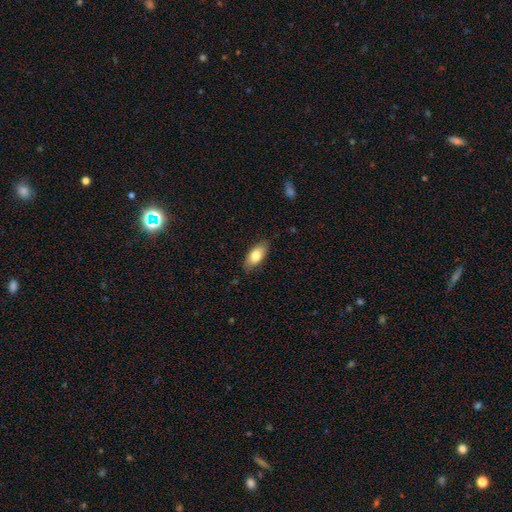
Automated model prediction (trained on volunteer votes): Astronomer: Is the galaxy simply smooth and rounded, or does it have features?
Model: smooth — 80%.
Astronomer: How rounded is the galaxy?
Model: in between — 90%.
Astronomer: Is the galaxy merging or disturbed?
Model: none — 83%.